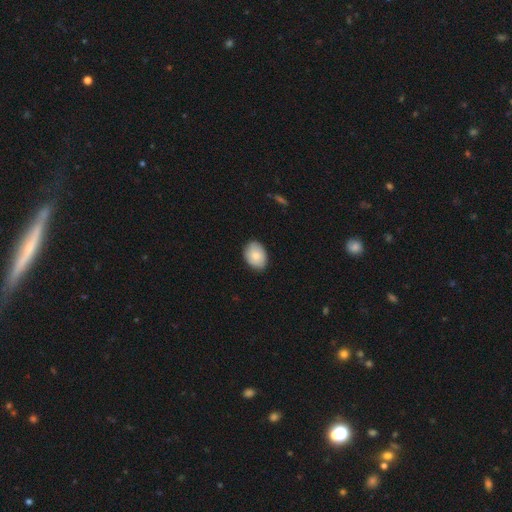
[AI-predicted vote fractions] Q: Smooth or featured?
A: smooth (83%); runner-up: featured or disk (11%)
Q: How rounded?
A: in between (74%); runner-up: round (25%)
Q: Merging?
A: none (85%); runner-up: minor disturbance (12%)